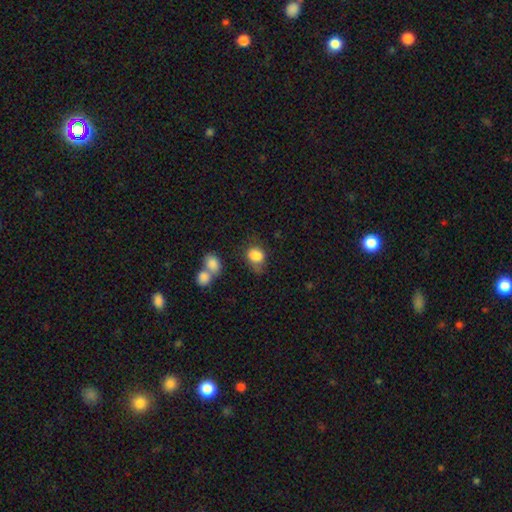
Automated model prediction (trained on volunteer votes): smooth-or-featured: smooth: 84% | star or artifact: 9% | featured or disk: 7%
  how-rounded: in between: 53% | round: 45% | cigar-shaped: 1%
  merging: none: 49% | minor disturbance: 27% | merger: 12% | major disturbance: 12%